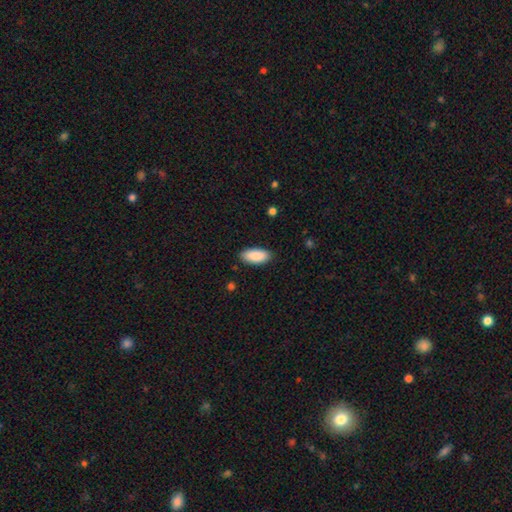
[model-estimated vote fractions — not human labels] Q: Smooth or featured?
A: smooth (90%); runner-up: star or artifact (6%)
Q: How rounded?
A: in between (90%); runner-up: cigar-shaped (8%)
Q: Merging?
A: none (88%); runner-up: minor disturbance (9%)